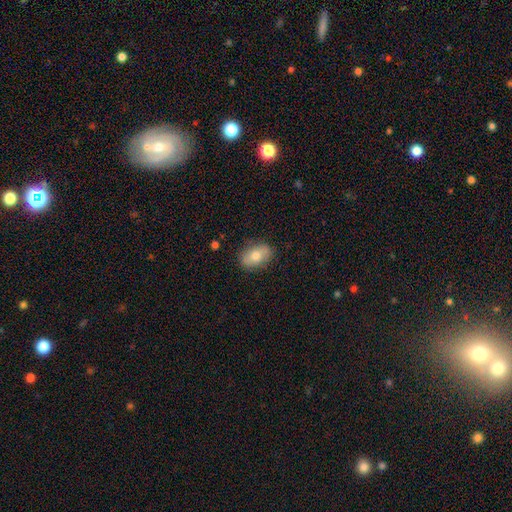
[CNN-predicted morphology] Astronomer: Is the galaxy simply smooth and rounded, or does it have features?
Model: smooth — 71%.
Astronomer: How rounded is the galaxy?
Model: in between — 86%.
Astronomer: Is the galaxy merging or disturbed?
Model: none — 82%.